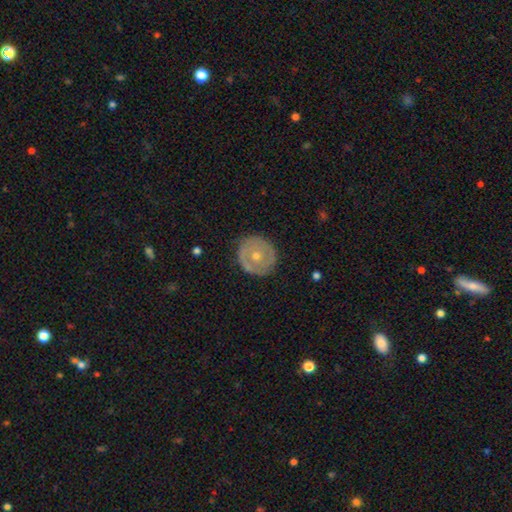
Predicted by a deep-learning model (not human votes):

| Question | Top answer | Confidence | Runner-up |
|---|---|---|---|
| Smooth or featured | featured or disk | 56% | smooth (37%) |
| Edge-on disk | no | 96% | yes (4%) |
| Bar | no | 87% | weak (10%) |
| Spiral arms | no | 62% | yes (38%) |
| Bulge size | moderate | 51% | small (45%) |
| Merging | none | 83% | minor disturbance (12%) |